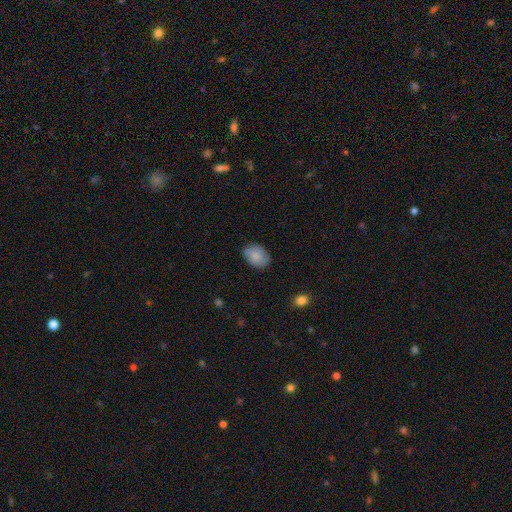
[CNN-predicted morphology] A smooth galaxy with no disk features (85%) that is in between round and cigar-shaped (71%).

Vote fractions:
- Smooth or featured? smooth: 85% / featured or disk: 8% / star or artifact: 7%
- How rounded? in between: 71% / round: 28% / cigar-shaped: 1%
- Merging? none: 75% / minor disturbance: 20% / major disturbance: 4% / merger: 1%